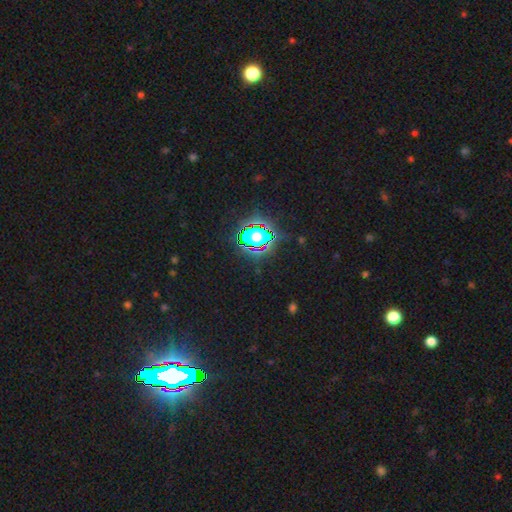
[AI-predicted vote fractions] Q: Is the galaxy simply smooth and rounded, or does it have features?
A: star or artifact — 84%.